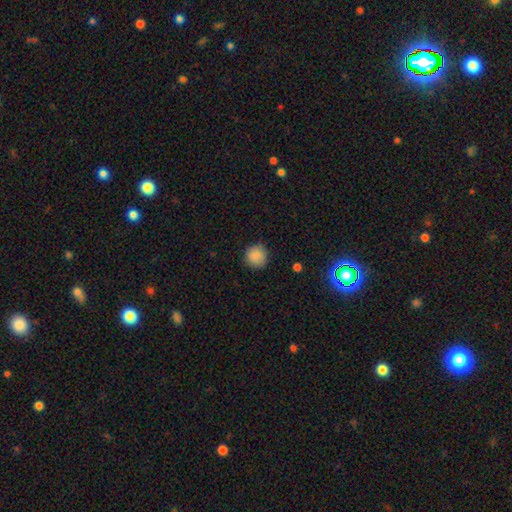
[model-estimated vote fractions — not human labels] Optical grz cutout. It shows a smooth galaxy with no disk features (86%) that is round (94%). Merging: none (89%).